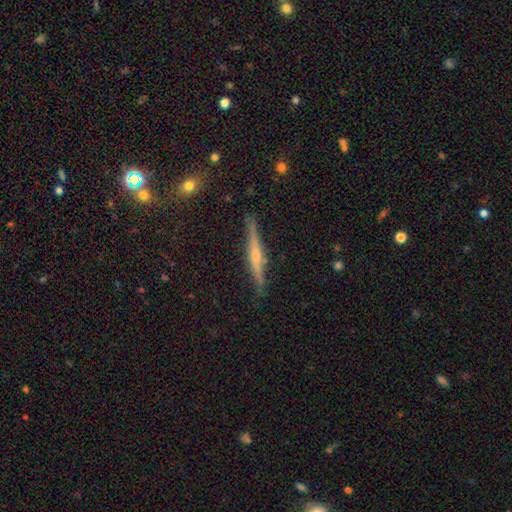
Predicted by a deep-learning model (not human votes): Morphology: type=featured or disk (72%); edge-on=yes (97%); edge-on bulge=rounded (73%); merging=none (88%).